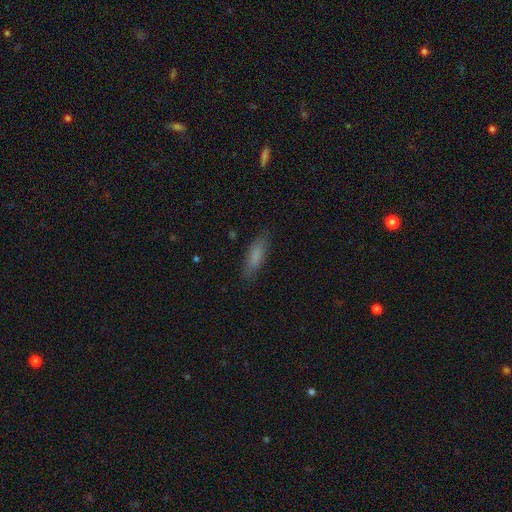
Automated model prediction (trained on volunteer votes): Overall: smooth (80%). How rounded: cigar-shaped (52%; in between 46%). Merging: none (82%).